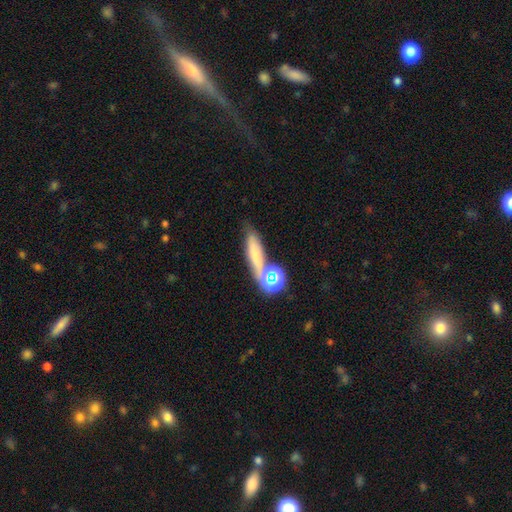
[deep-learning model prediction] Smooth or featured? Predicted: smooth (p=0.63). How rounded? Predicted: cigar-shaped (p=0.54). Merging? Predicted: none (p=0.57).